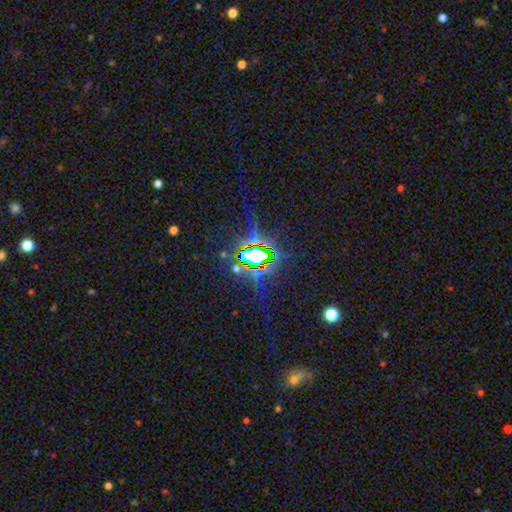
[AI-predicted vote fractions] Q: Smooth or featured?
A: star or artifact (80%); runner-up: featured or disk (11%)